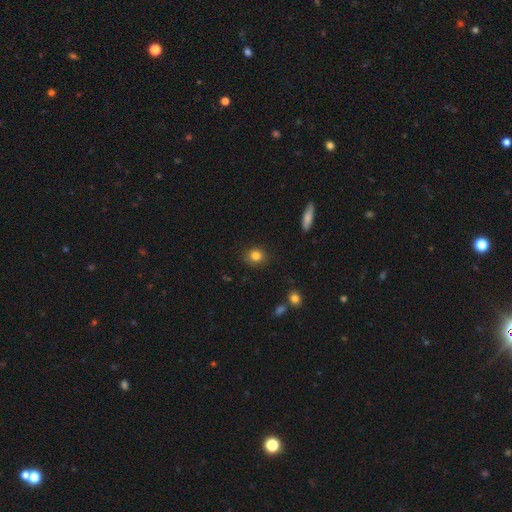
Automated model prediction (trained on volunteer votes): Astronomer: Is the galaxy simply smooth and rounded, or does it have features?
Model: smooth — 83%.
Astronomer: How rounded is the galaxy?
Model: round — 78%.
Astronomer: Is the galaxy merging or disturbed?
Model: none — 87%.